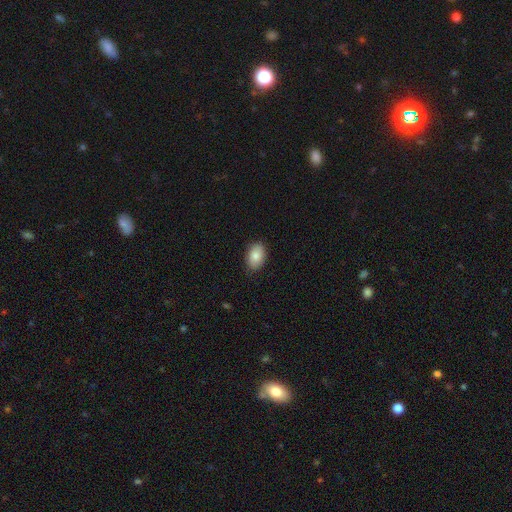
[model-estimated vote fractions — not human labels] A smooth galaxy with no disk features (84%) that is in between round and cigar-shaped (88%). Merging: none (85%).